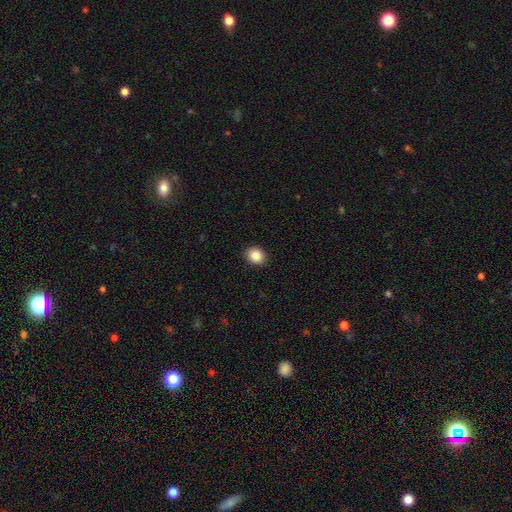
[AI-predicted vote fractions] This appears to be a smooth galaxy with no disk features (86%) that is round (59%). Merging: none (91%).